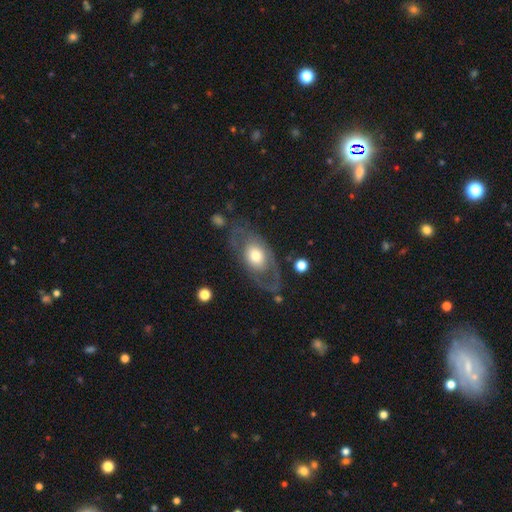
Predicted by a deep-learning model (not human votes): Morphology: type=featured or disk (55%); edge-on=no (88%); merging=none (69%).